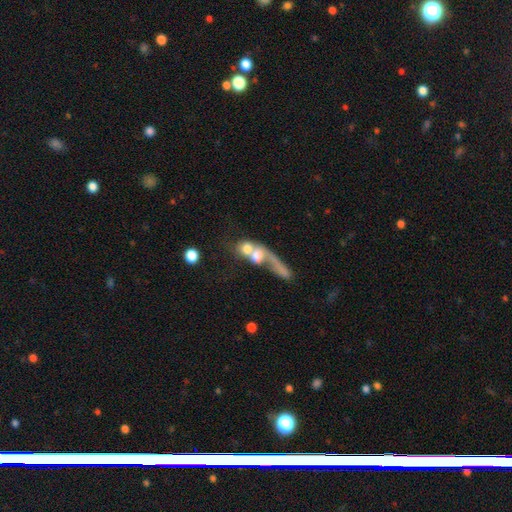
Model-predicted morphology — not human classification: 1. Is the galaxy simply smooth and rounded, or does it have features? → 55% smooth, 35% featured or disk, 10% star or artifact.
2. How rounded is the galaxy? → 46% round, 40% in between, 14% cigar-shaped.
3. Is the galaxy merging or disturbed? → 66% merger, 17% major disturbance, 11% none, 6% minor disturbance.